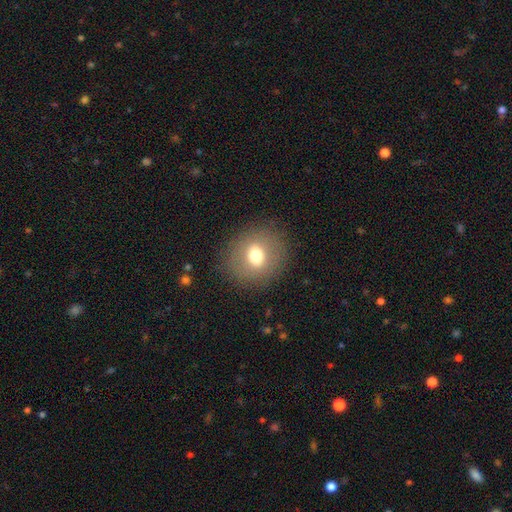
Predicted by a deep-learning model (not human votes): Smooth or featured?
  - smooth: 67% *
  - featured or disk: 21%
  - star or artifact: 12%
How rounded?
  - round: 75% *
  - in between: 23%
  - cigar-shaped: 1%
Merging?
  - none: 86% *
  - minor disturbance: 8%
  - major disturbance: 4%
  - merger: 1%